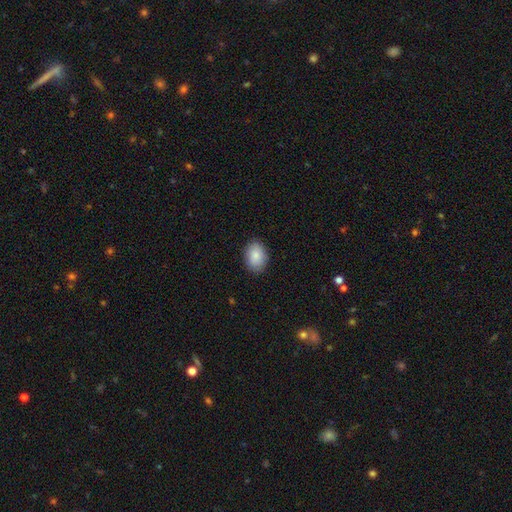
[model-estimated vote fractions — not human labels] smooth_or_featured: smooth (p=0.88) [alt: star or artifact p=0.07]
how_rounded: in between (p=0.75) [alt: round p=0.24]
merging: none (p=0.87) [alt: minor disturbance p=0.10]